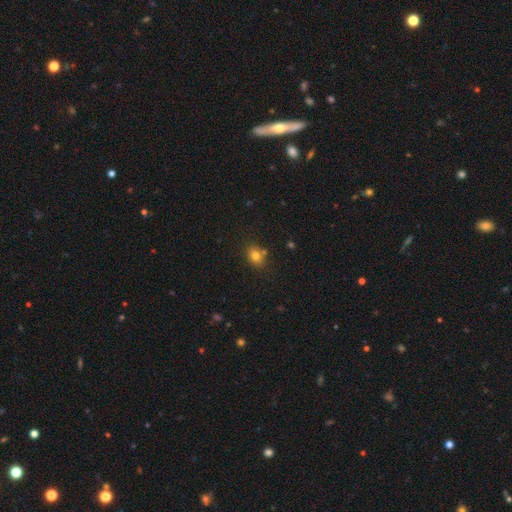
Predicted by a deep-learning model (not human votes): smooth-or-featured: smooth: 78% | star or artifact: 13% | featured or disk: 9%
  how-rounded: in between: 57% | round: 42% | cigar-shaped: 1%
  merging: none: 72% | minor disturbance: 13% | merger: 11% | major disturbance: 3%